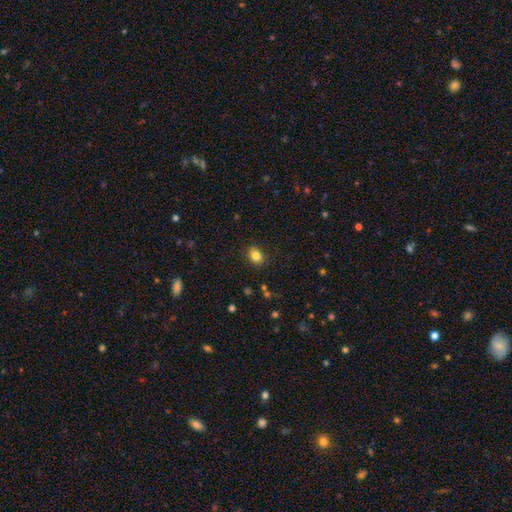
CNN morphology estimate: Smooth or featured: smooth — 83% (star or artifact — 11%)
How rounded: round — 50% (in between — 49%)
Merging: none — 88% (minor disturbance — 9%)